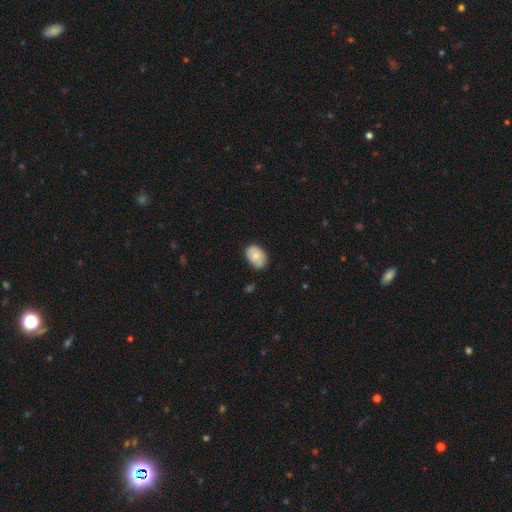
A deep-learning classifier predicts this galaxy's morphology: Overall: smooth (74%). How rounded: in between (83%). Merging: none (65%; minor disturbance 28%).